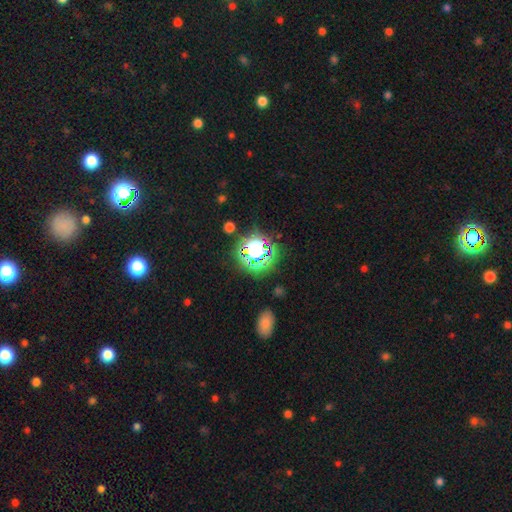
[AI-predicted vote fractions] star or artifact 57%, smooth 32%, featured or disk 11%.